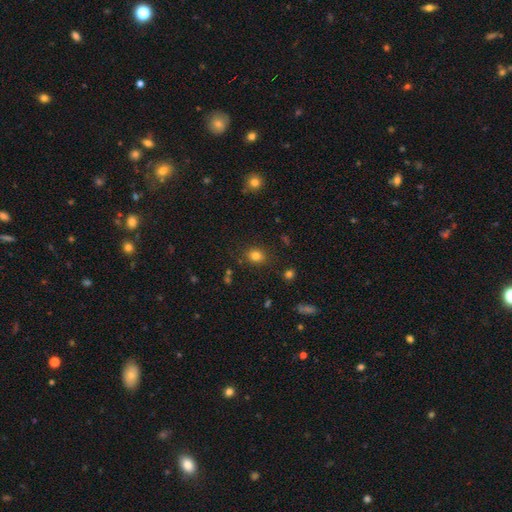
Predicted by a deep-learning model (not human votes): smooth-or-featured: smooth: 81% | star or artifact: 13% | featured or disk: 6%
  how-rounded: round: 55% | in between: 44% | cigar-shaped: 1%
  merging: none: 84% | minor disturbance: 10% | major disturbance: 3% | merger: 2%